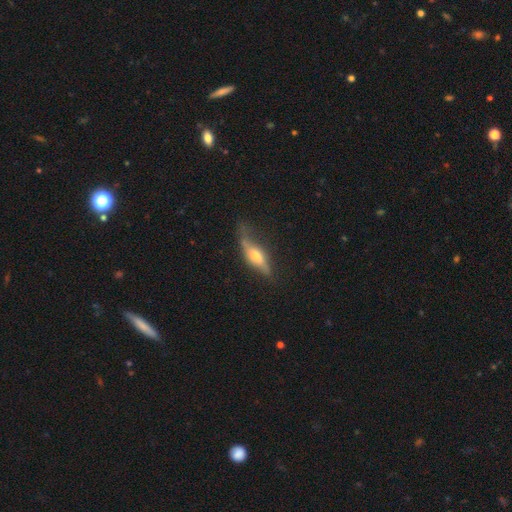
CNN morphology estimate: featured or disk 54%, smooth 39%, star or artifact 7%. Down the decision tree: edge-on disk — yes (71%); merging — none (47%).